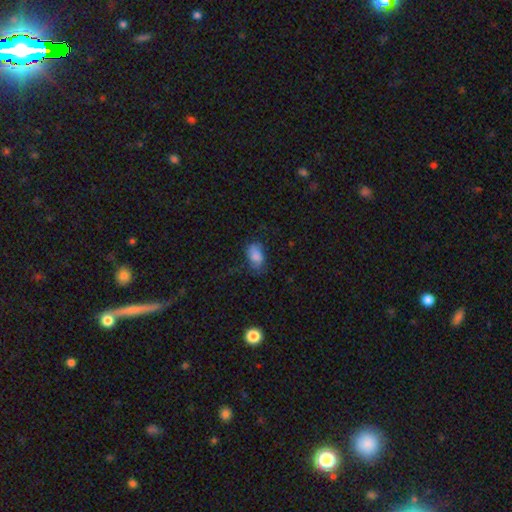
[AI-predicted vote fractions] A smooth galaxy with no disk features (75%) that is in between round and cigar-shaped (89%). Merging: none (52%).